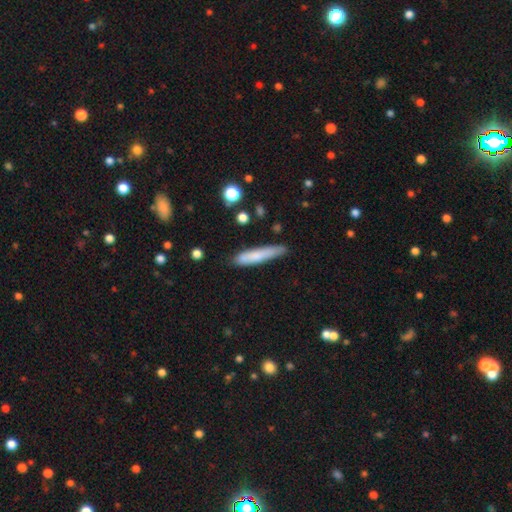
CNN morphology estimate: smooth 74%, featured or disk 20%, star or artifact 6%. Down the decision tree: how rounded — cigar-shaped (89%); merging — none (76%).